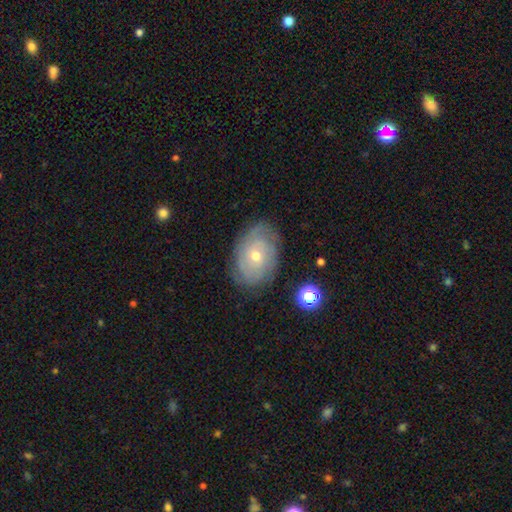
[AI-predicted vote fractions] This is likely a featured or disk galaxy (66%). It is clearly not viewed edge-on (95%). Bar: clearly no (82%). Spiral arm pattern: clearly yes (80%). Spiral arm count: possibly can't tell (53%). Spiral winding: likely tight (71%). Central bulge: possibly small (51%). Merging: likely none (78%).